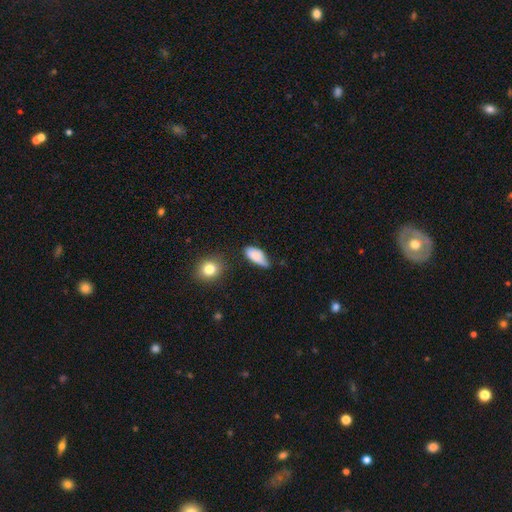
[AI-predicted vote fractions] smooth_or_featured: smooth (p=0.81) [alt: featured or disk p=0.12]
how_rounded: in between (p=0.86) [alt: cigar-shaped p=0.10]
merging: minor disturbance (p=0.43) [alt: none p=0.41]